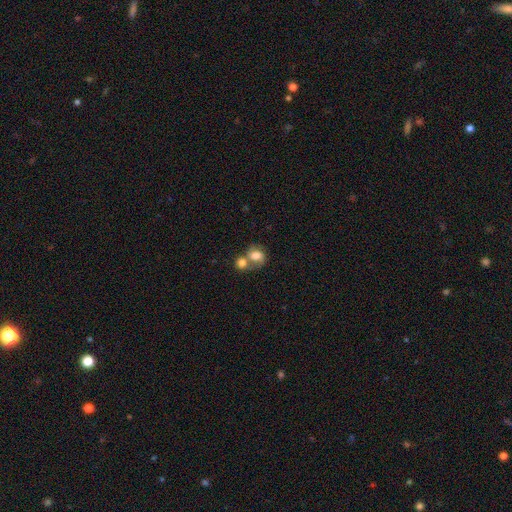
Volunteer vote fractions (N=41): Morphology: type=smooth (80%); roundness=round (73%); merging=merger (66%).